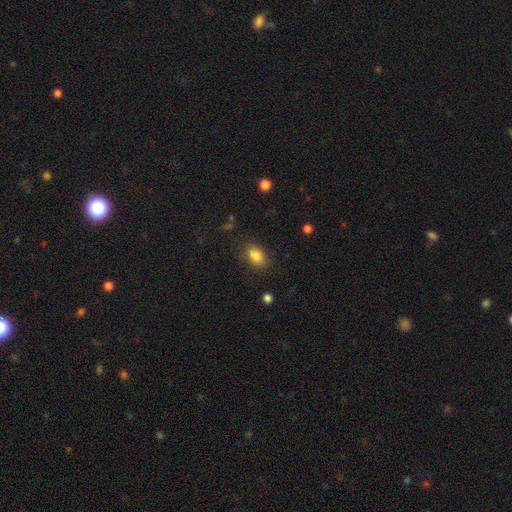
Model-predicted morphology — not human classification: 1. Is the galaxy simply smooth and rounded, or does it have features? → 83% smooth, 10% star or artifact, 7% featured or disk.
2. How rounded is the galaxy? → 79% in between, 19% round, 2% cigar-shaped.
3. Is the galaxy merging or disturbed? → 81% none, 13% minor disturbance, 4% major disturbance, 2% merger.